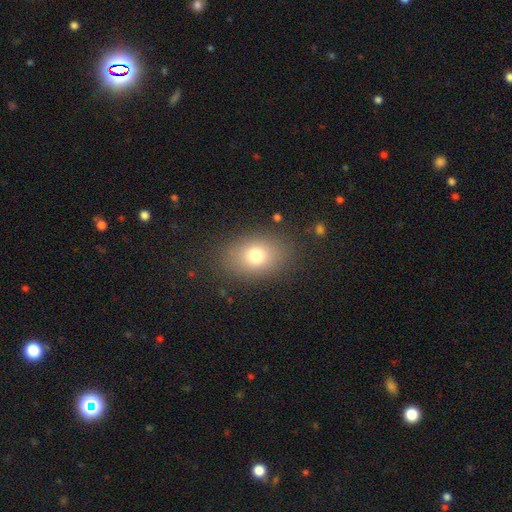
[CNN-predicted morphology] Smooth or featured?
  - smooth: 76% *
  - star or artifact: 12%
  - featured or disk: 12%
How rounded?
  - in between: 70% *
  - round: 29%
  - cigar-shaped: 1%
Merging?
  - none: 84% *
  - minor disturbance: 10%
  - major disturbance: 5%
  - merger: 1%